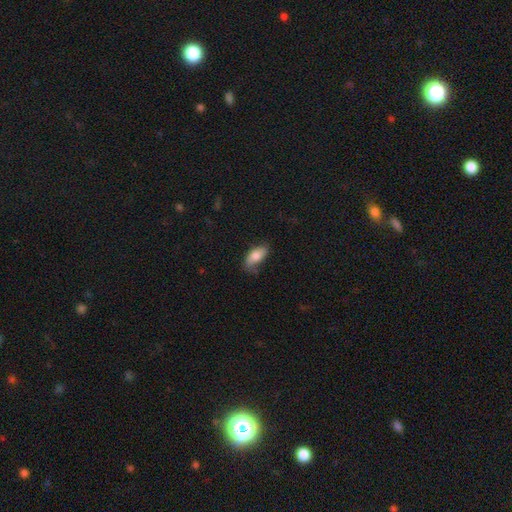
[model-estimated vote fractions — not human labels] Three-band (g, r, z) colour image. It shows a smooth galaxy with no disk features (75%) that is in between round and cigar-shaped (89%). Merging: none (59%).